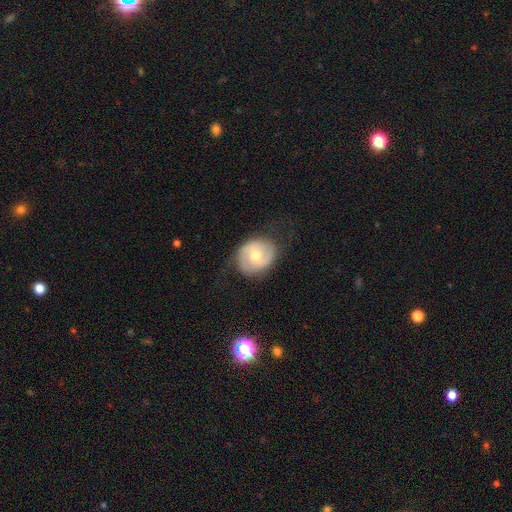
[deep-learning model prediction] A featured or disk galaxy (48%). Merging: none (72%).